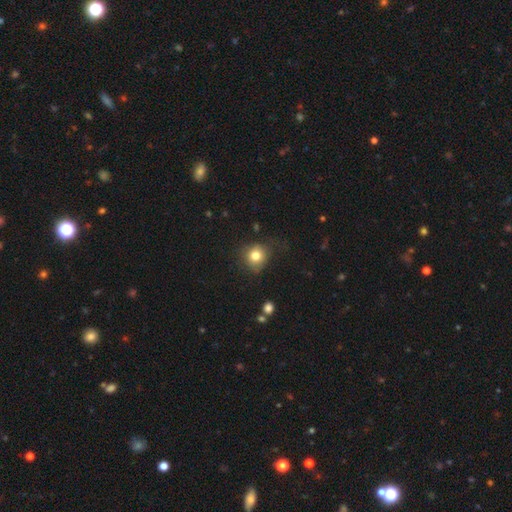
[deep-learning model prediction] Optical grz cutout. It shows a smooth galaxy with no disk features (79%) that is round (83%). Merging: none (69%).